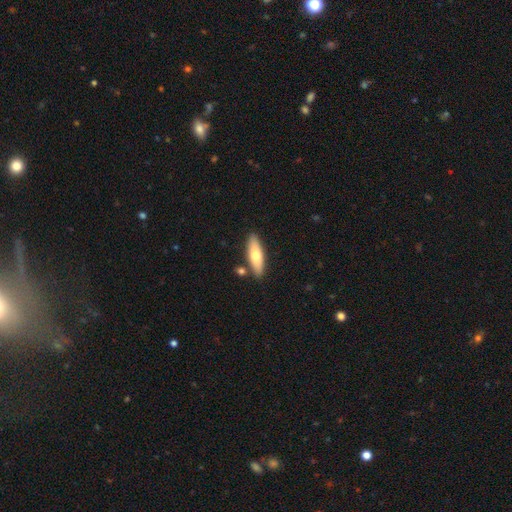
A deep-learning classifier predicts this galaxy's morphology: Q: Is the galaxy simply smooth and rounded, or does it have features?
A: smooth — 67%.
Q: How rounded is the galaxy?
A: in between — 52%.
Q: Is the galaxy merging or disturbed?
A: none — 83%.